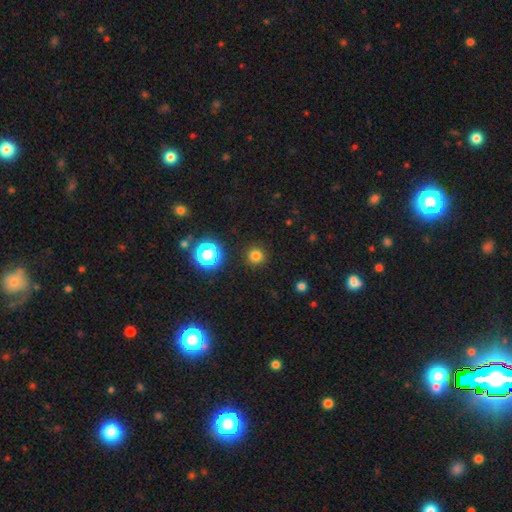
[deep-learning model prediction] smooth 77%, star or artifact 19%, featured or disk 5%. Down the decision tree: how rounded — round (95%); merging — none (91%).